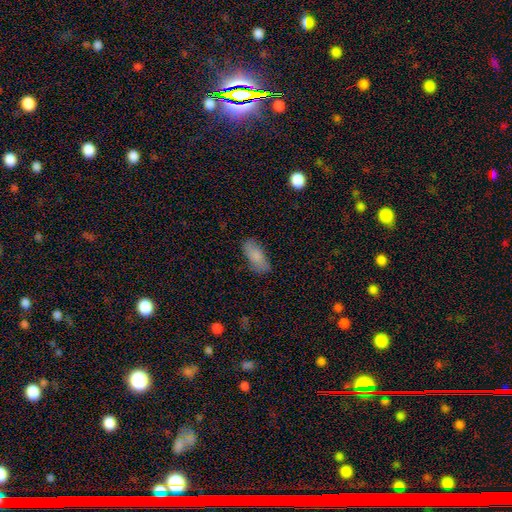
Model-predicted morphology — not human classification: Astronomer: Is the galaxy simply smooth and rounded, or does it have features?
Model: smooth — 79%.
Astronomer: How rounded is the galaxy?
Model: in between — 86%.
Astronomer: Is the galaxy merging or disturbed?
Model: none — 75%.